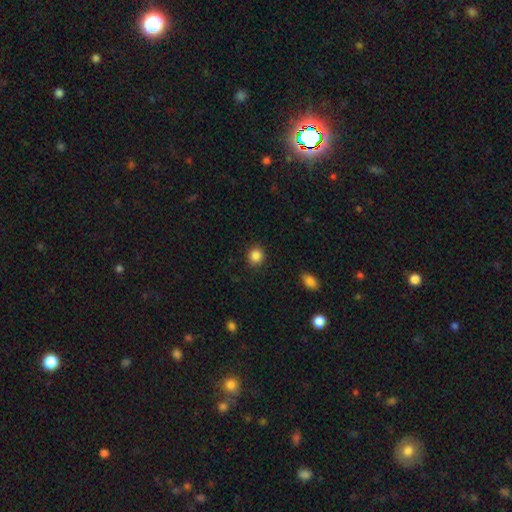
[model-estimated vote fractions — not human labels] Smooth or featured: smooth — 87% (star or artifact — 10%)
How rounded: round — 86% (in between — 13%)
Merging: none — 89% (minor disturbance — 8%)